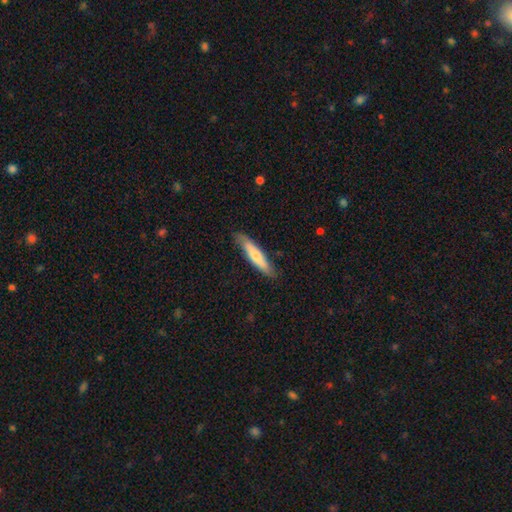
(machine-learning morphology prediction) A smooth galaxy with no disk features (66%) that is cigar-shaped (82%). Merging: none (81%).